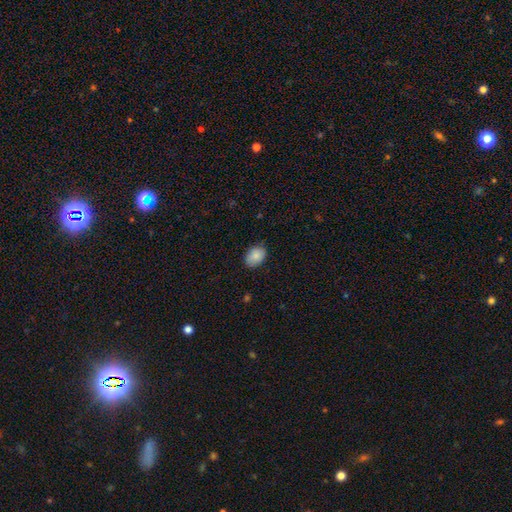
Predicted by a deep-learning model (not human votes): Smooth or featured? smooth (88%)
How rounded? in between (80%)
Merging? none (83%)